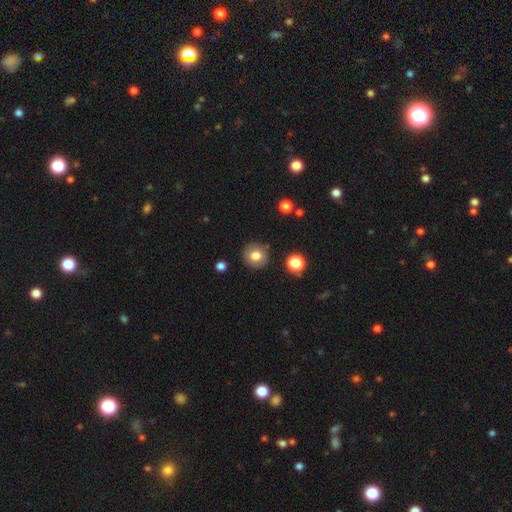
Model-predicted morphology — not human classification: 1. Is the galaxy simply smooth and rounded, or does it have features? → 80% smooth, 10% featured or disk, 10% star or artifact.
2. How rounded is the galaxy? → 91% round, 8% in between, 1% cigar-shaped.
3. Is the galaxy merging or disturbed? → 87% none, 8% minor disturbance, 2% merger, 2% major disturbance.